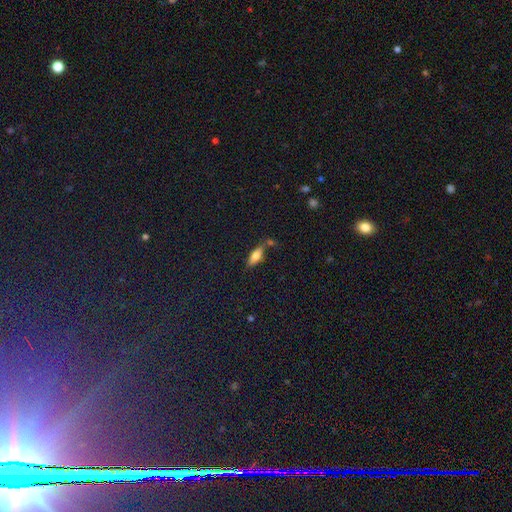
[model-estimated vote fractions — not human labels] A smooth galaxy with no disk features (67%) that is in between round and cigar-shaped (65%). Merging: none (60%).